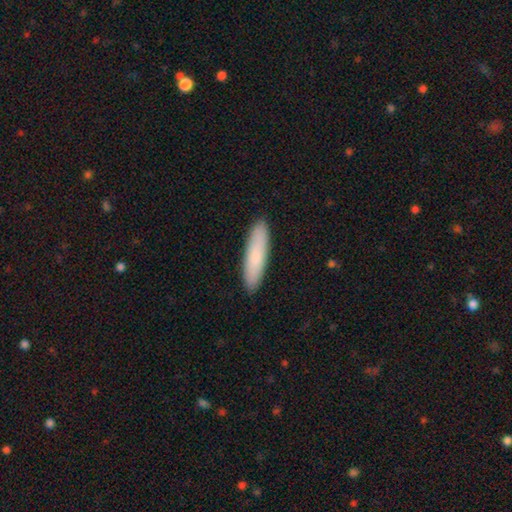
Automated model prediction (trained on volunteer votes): Smooth or featured? smooth (83%)
How rounded? cigar-shaped (77%)
Merging? none (91%)